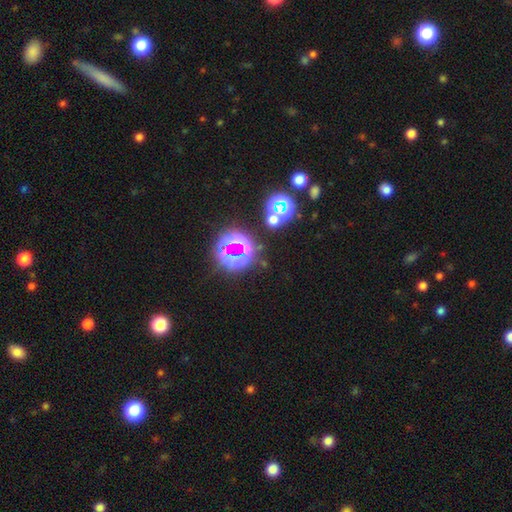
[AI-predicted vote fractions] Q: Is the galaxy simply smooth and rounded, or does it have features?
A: star or artifact — 81%.